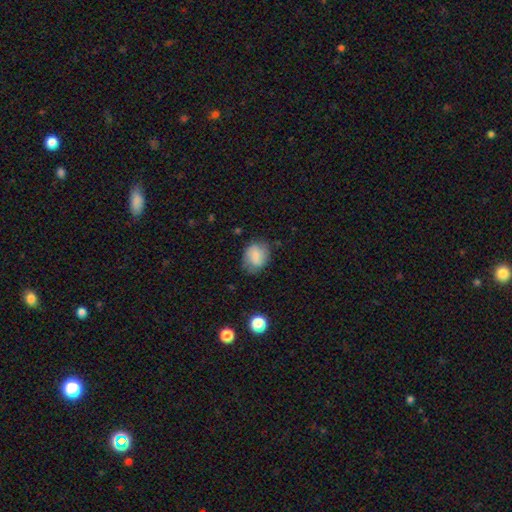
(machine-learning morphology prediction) Smooth or featured: smooth — 78% (featured or disk — 14%)
How rounded: round — 50% (in between — 49%)
Merging: none — 65% (minor disturbance — 26%)